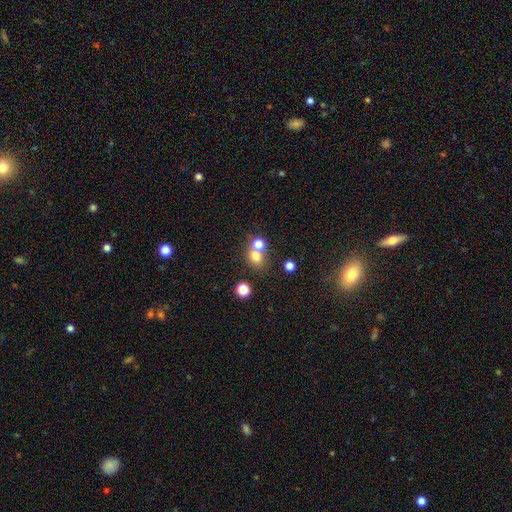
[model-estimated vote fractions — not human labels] This is likely a smooth galaxy (74%). How rounded: likely round (71%). Merging: possibly none (49%).